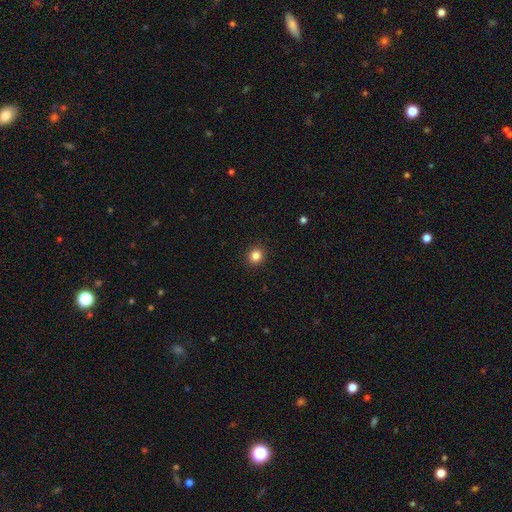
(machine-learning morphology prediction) The model was most divided on "smooth or featured": smooth: 85%, star or artifact: 11%, featured or disk: 4%. More confident: merging — none (92%); how rounded — round (87%).